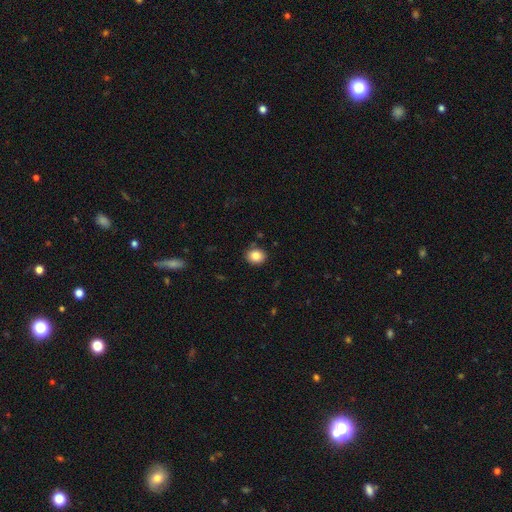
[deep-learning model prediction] Smooth or featured?
  - smooth: 85% *
  - star or artifact: 9%
  - featured or disk: 6%
How rounded?
  - round: 73% *
  - in between: 26%
  - cigar-shaped: 1%
Merging?
  - none: 88% *
  - minor disturbance: 8%
  - merger: 2%
  - major disturbance: 2%